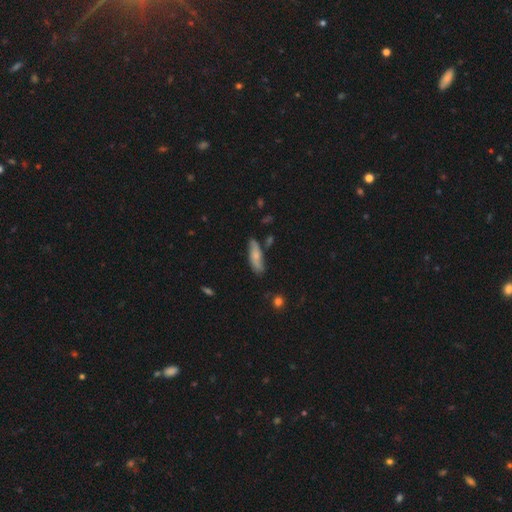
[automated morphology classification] smooth 62%, featured or disk 32%, star or artifact 6%. Down the decision tree: how rounded — cigar-shaped (50%); merging — none (70%).